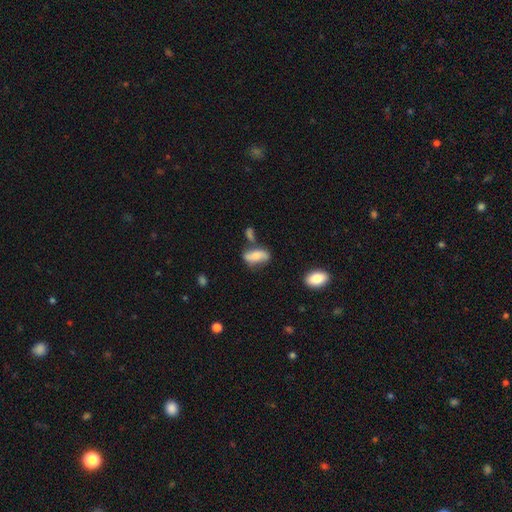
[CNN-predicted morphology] Smooth or featured? smooth (57%)
How rounded? in between (84%)
Merging? none (53%)